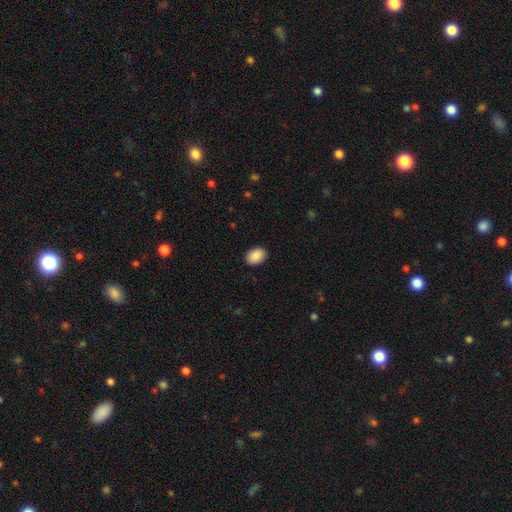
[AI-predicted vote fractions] The model was most divided on "how rounded": in between: 76%, round: 23%, cigar-shaped: 1%. More confident: merging — none (90%); smooth or featured — smooth (90%).